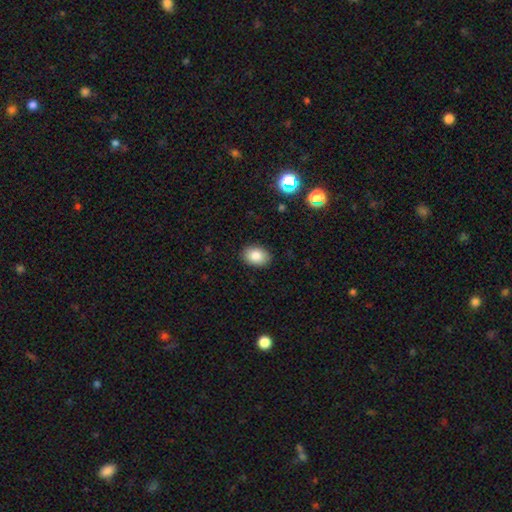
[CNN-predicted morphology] smooth 85%, star or artifact 9%, featured or disk 7%. Down the decision tree: how rounded — in between (74%); merging — none (88%).